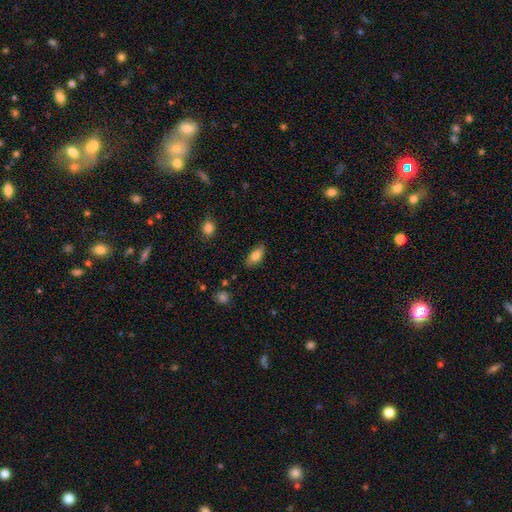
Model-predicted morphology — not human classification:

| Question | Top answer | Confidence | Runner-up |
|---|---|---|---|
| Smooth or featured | smooth | 77% | featured or disk (16%) |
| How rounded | in between | 83% | cigar-shaped (14%) |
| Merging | none | 83% | minor disturbance (13%) |